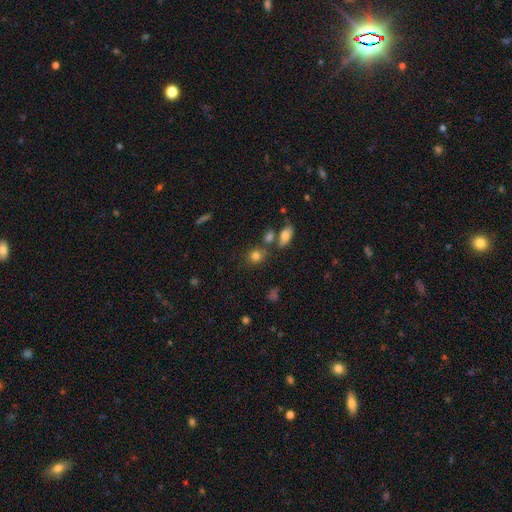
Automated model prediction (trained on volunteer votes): Q: Smooth or featured?
A: smooth (80%); runner-up: star or artifact (11%)
Q: How rounded?
A: round (72%); runner-up: in between (27%)
Q: Merging?
A: none (68%); runner-up: merger (16%)